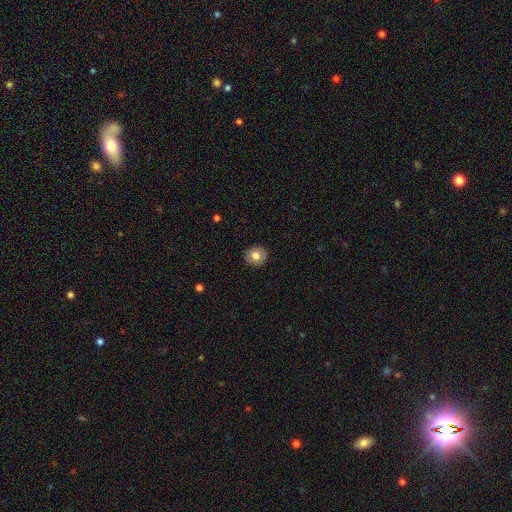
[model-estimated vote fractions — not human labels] A smooth galaxy with no disk features (79%) that is round (88%). Merging: none (91%).